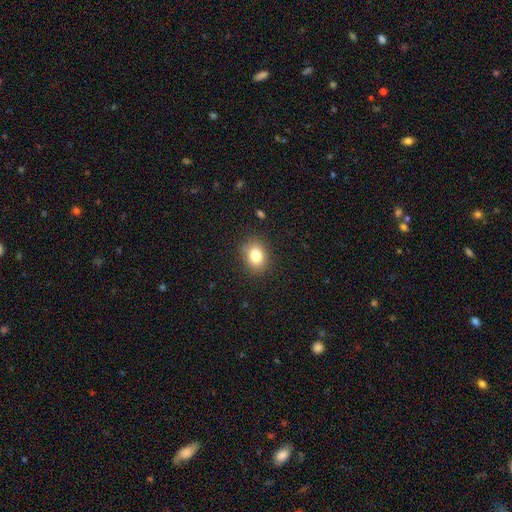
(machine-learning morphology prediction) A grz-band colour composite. It shows a smooth galaxy with no disk features (82%) that is in between round and cigar-shaped (53%). Merging: none (86%).